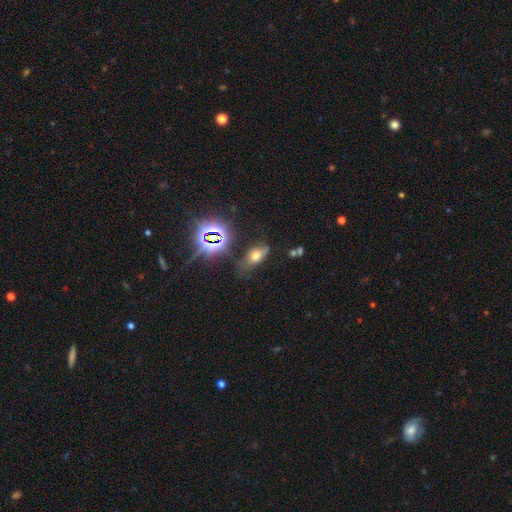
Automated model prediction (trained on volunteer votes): This is possibly a smooth galaxy (56%). How rounded: clearly in between (84%). Merging: likely none (65%).